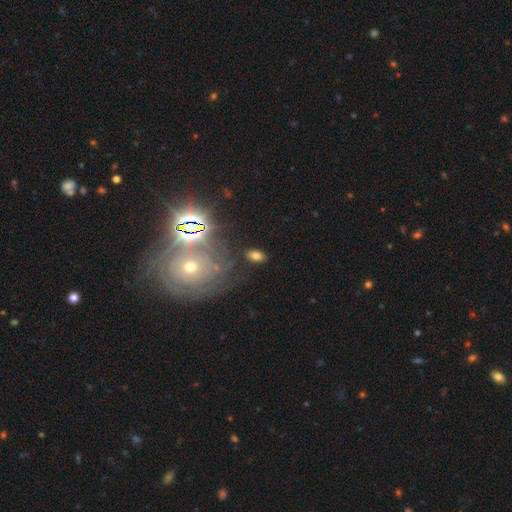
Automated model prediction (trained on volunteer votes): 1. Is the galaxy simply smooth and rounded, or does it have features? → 68% smooth, 20% star or artifact, 12% featured or disk.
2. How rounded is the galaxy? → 88% in between, 9% round, 3% cigar-shaped.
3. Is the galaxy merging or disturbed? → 81% none, 11% minor disturbance, 5% major disturbance, 3% merger.